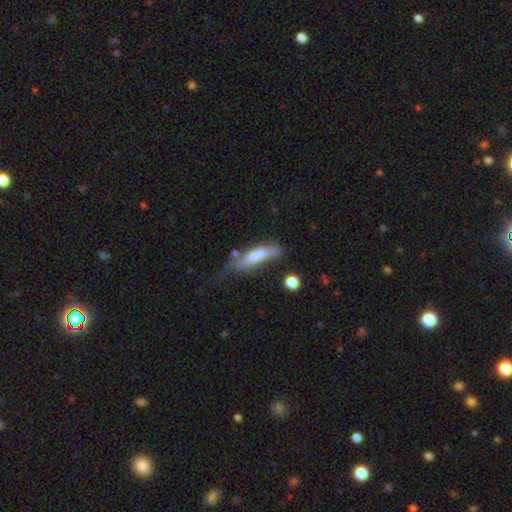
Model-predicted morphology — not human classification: The model was most divided on "merging": none: 44%, minor disturbance: 30%, major disturbance: 16%, merger: 10%. More confident: how rounded — cigar-shaped (58%); smooth or featured — smooth (57%).